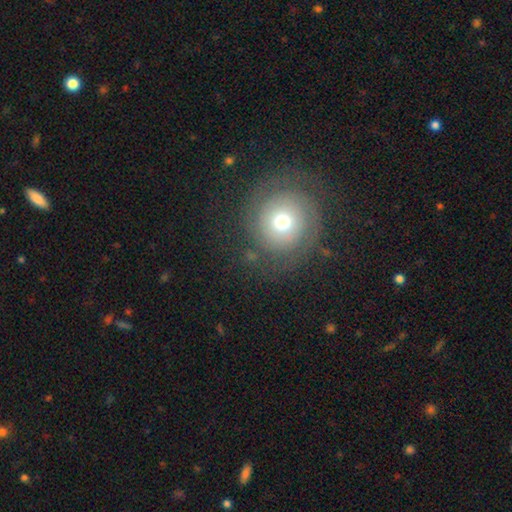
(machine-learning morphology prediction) This appears to be a featured or disk galaxy (59%) with no bar (83%), spiral arms (82%) and a moderate central bulge (66%). Merging: none (81%).